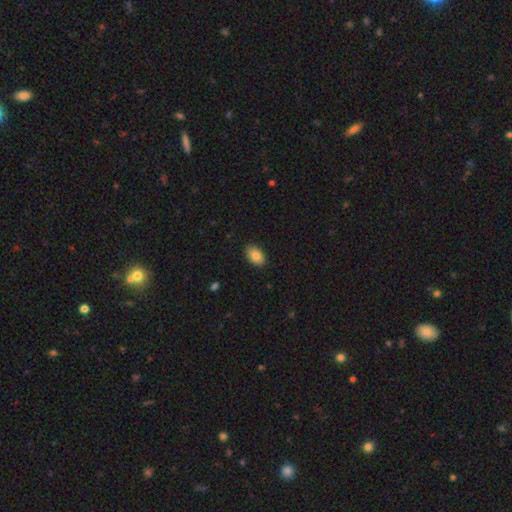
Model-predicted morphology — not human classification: Overall: smooth (85%). How rounded: in between (90%). Merging: none (89%).